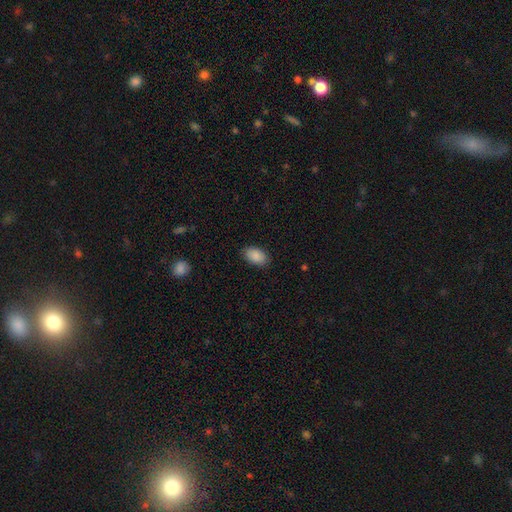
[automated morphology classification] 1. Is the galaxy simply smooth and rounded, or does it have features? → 89% smooth, 7% star or artifact, 4% featured or disk.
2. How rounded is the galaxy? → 93% in between, 6% round, 1% cigar-shaped.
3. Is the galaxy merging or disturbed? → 86% none, 10% minor disturbance, 3% major disturbance, 1% merger.